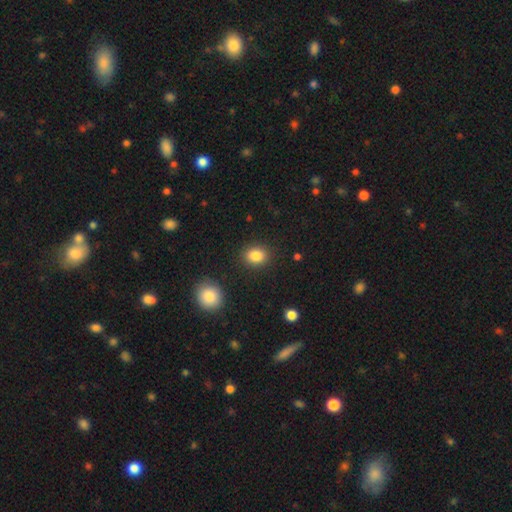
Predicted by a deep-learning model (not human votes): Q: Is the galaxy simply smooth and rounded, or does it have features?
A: smooth — 86%.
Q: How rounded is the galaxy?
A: in between — 50%.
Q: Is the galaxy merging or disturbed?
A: none — 87%.